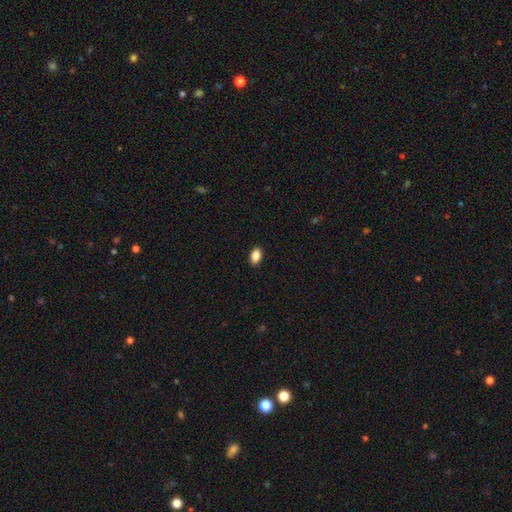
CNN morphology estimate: The model was most divided on "smooth or featured": smooth: 88%, star or artifact: 8%, featured or disk: 4%. More confident: how rounded — in between (90%); merging — none (89%).